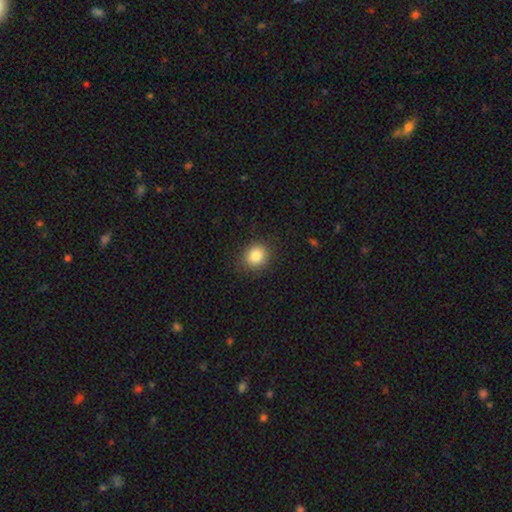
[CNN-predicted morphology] A smooth galaxy with no disk features (84%) that is round (74%).

Vote fractions:
- Smooth or featured? smooth: 84% / star or artifact: 10% / featured or disk: 6%
- How rounded? round: 74% / in between: 26% / cigar-shaped: 1%
- Merging? none: 87% / minor disturbance: 9% / major disturbance: 3% / merger: 1%